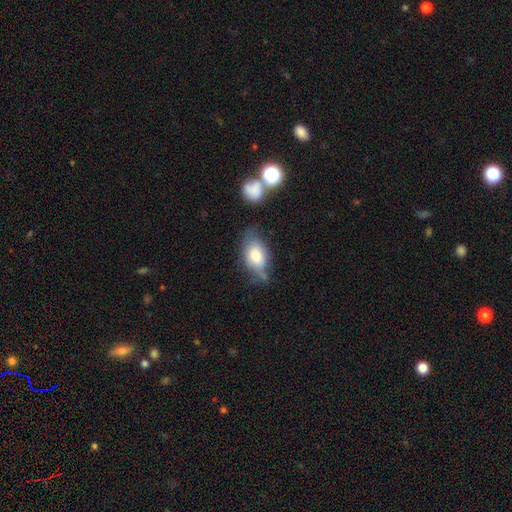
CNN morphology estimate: smooth_or_featured: smooth (p=0.71) [alt: featured or disk p=0.21]
how_rounded: in between (p=0.89) [alt: round p=0.08]
merging: none (p=0.46) [alt: minor disturbance p=0.33]